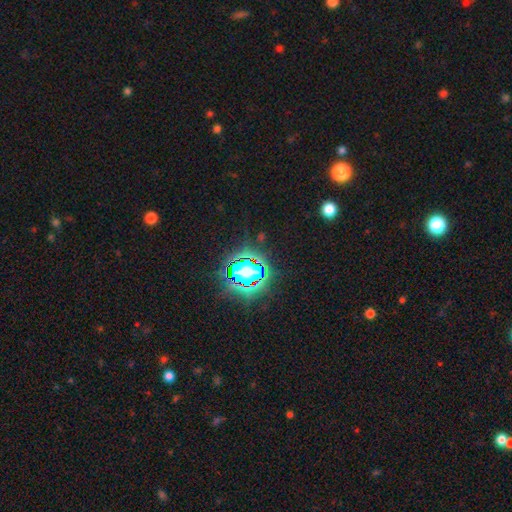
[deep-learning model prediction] A star or artifact, not a galaxy (82%).

Vote fractions:
- Smooth or featured? star or artifact: 82% / smooth: 11% / featured or disk: 7%